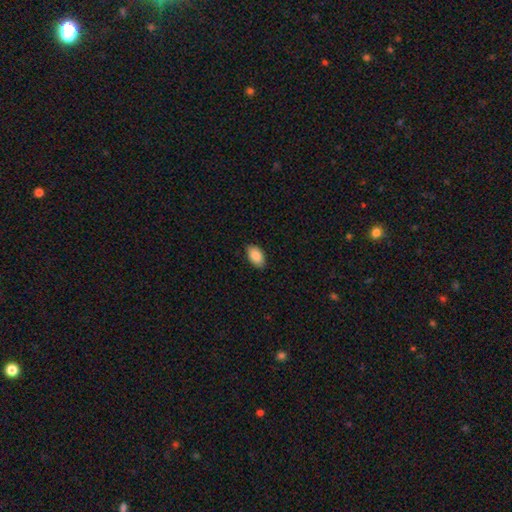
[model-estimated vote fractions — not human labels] Smooth or featured? Predicted: smooth (p=0.88). How rounded? Predicted: in between (p=0.94). Merging? Predicted: none (p=0.88).